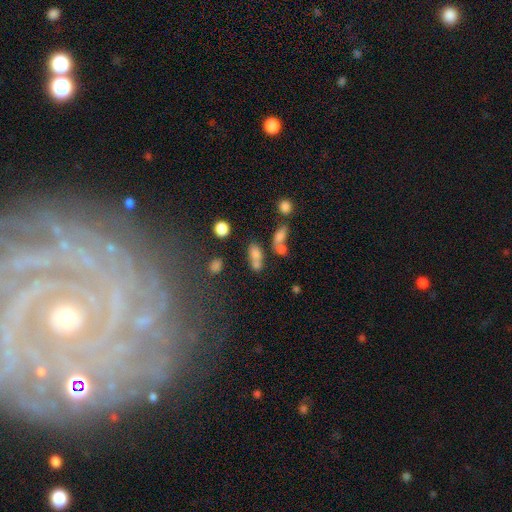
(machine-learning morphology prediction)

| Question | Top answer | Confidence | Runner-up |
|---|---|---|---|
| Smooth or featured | smooth | 70% | featured or disk (16%) |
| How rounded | in between | 74% | round (18%) |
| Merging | merger | 49% | none (33%) |